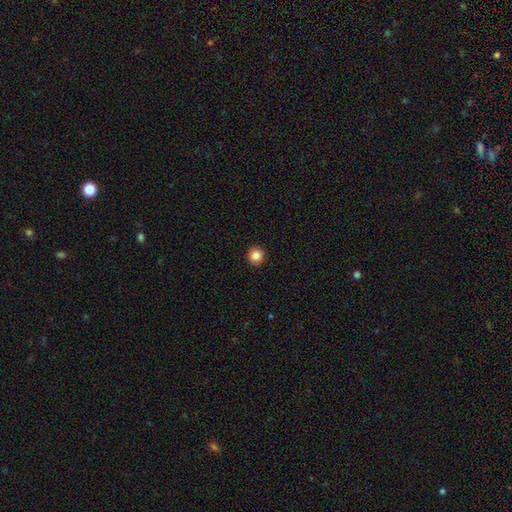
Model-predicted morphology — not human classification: Q: Smooth or featured?
A: smooth (85%); runner-up: star or artifact (10%)
Q: How rounded?
A: round (93%); runner-up: in between (6%)
Q: Merging?
A: none (93%); runner-up: minor disturbance (5%)